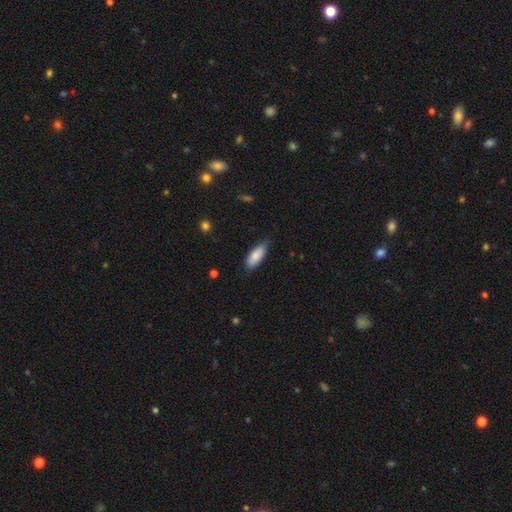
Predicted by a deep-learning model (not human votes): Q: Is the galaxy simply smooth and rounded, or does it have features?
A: smooth — 84%.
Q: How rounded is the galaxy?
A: in between — 73%.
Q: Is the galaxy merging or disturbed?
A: none — 75%.